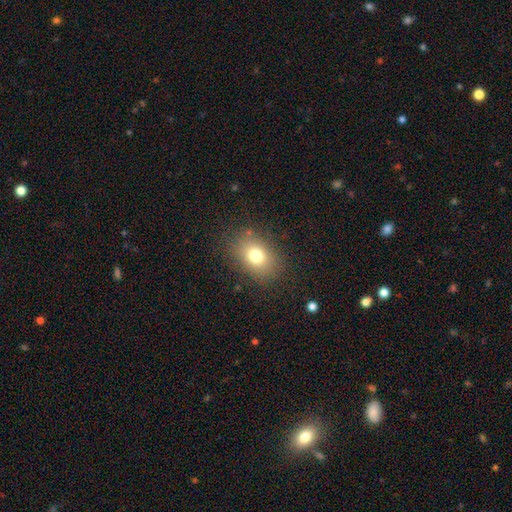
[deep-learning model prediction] Morphology: type=smooth (75%); roundness=in between (71%); merging=none (83%).